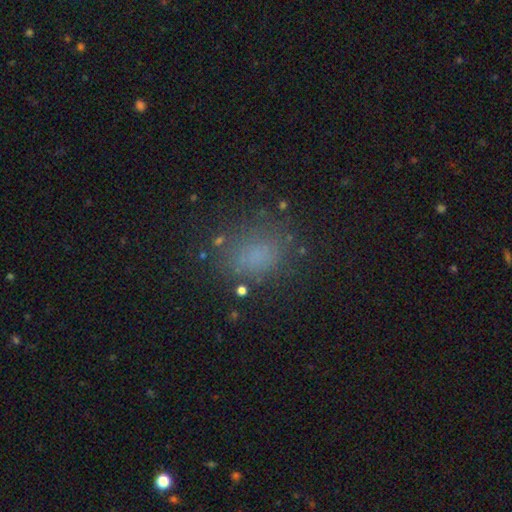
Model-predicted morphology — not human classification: The model was most divided on "how rounded": in between: 62%, round: 36%, cigar-shaped: 2%. More confident: merging — none (74%); smooth or featured — smooth (72%).